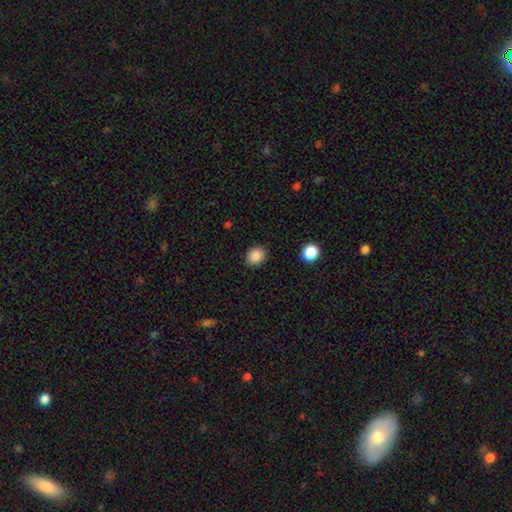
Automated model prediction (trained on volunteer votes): Q: Smooth or featured?
A: smooth (88%); runner-up: star or artifact (9%)
Q: How rounded?
A: round (65%); runner-up: in between (34%)
Q: Merging?
A: none (89%); runner-up: minor disturbance (8%)